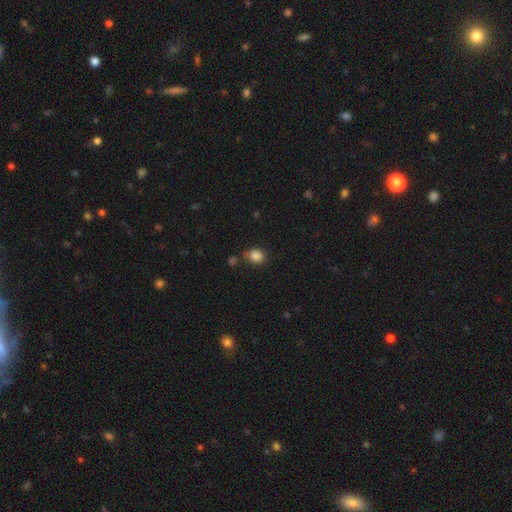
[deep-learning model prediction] The model was most divided on "how rounded": round: 64%, in between: 35%, cigar-shaped: 1%. More confident: smooth or featured — smooth (86%); merging — none (68%).